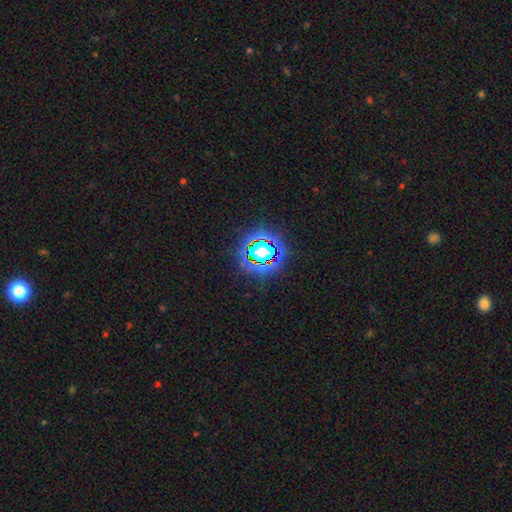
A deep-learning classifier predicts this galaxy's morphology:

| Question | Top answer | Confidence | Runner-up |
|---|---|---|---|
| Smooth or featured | star or artifact | 79% | smooth (13%) |